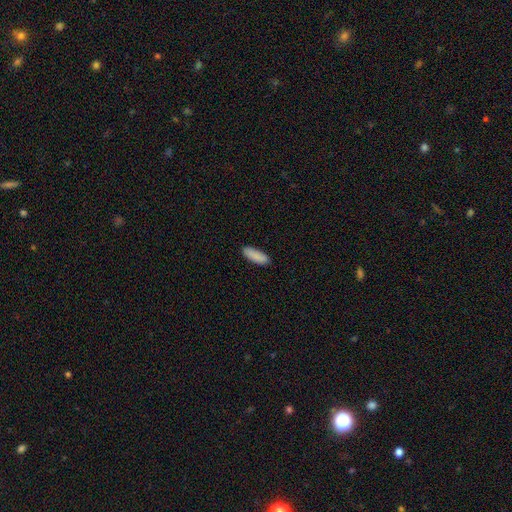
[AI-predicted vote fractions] A smooth galaxy with no disk features (89%) that is in between round and cigar-shaped (60%). Merging: none (89%).